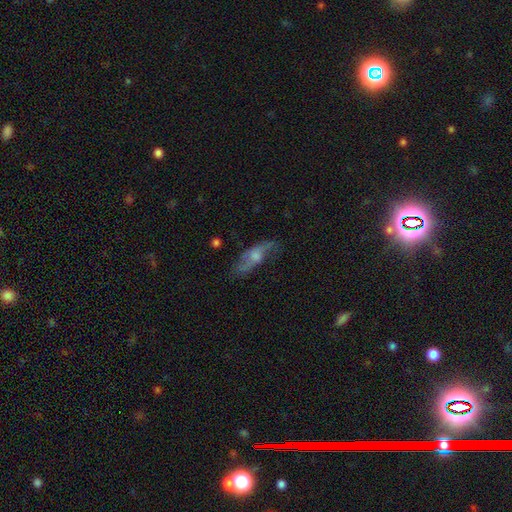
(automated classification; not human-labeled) smooth-or-featured: featured or disk: 66% | smooth: 23% | star or artifact: 11%
  disk-edge-on: no: 71% | yes: 29%
  merging: none: 68% | minor disturbance: 19% | major disturbance: 11% | merger: 2%